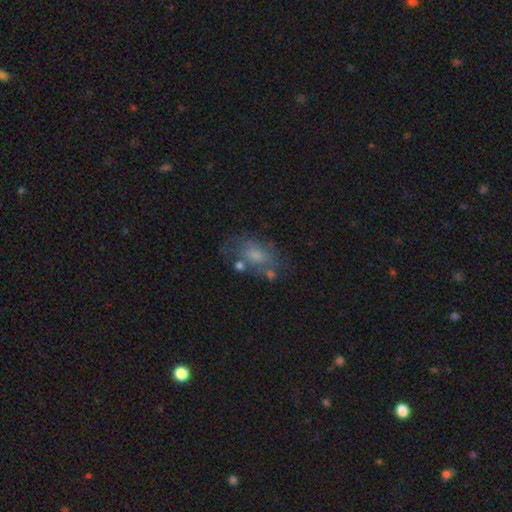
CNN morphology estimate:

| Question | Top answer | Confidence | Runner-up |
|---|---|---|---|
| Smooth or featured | smooth | 45% | featured or disk (43%) |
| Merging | none | 52% | minor disturbance (23%) |